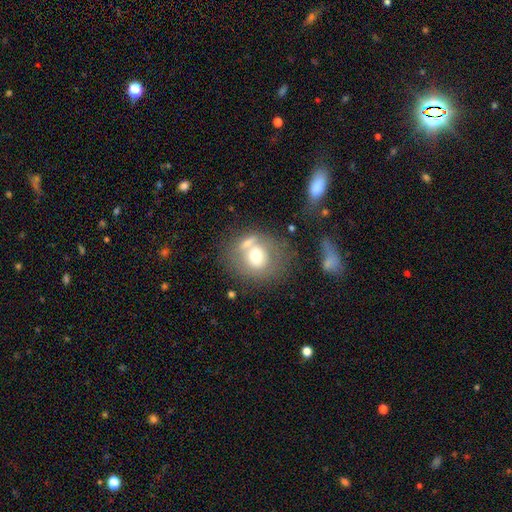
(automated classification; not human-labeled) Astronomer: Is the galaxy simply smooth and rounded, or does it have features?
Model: smooth — 60%.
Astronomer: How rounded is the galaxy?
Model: round — 75%.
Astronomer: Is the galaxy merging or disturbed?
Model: none — 47% (runner-up: merger, 25%).